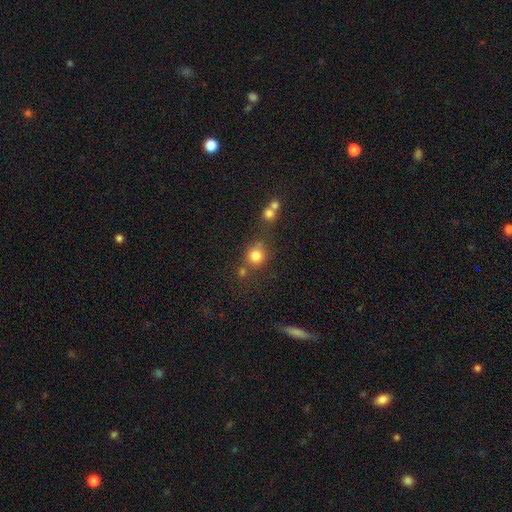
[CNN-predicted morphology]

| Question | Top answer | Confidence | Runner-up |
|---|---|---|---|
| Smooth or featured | smooth | 80% | star or artifact (13%) |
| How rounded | round | 85% | in between (14%) |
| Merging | none | 62% | merger (20%) |